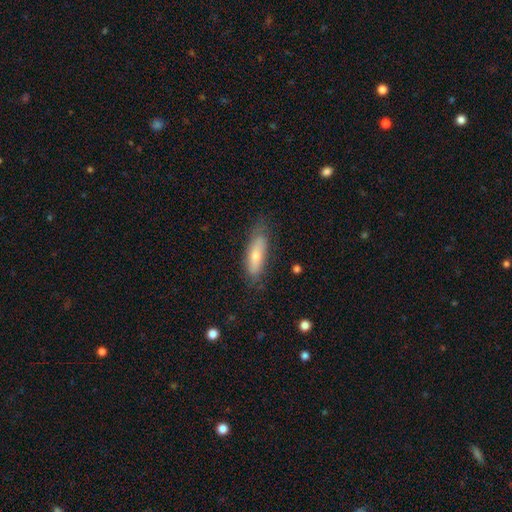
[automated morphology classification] A smooth galaxy with no disk features (65%) that is cigar-shaped (56%).

Vote fractions:
- Smooth or featured? smooth: 65% / featured or disk: 28% / star or artifact: 7%
- How rounded? cigar-shaped: 56% / in between: 42% / round: 2%
- Merging? none: 73% / minor disturbance: 20% / major disturbance: 5% / merger: 1%